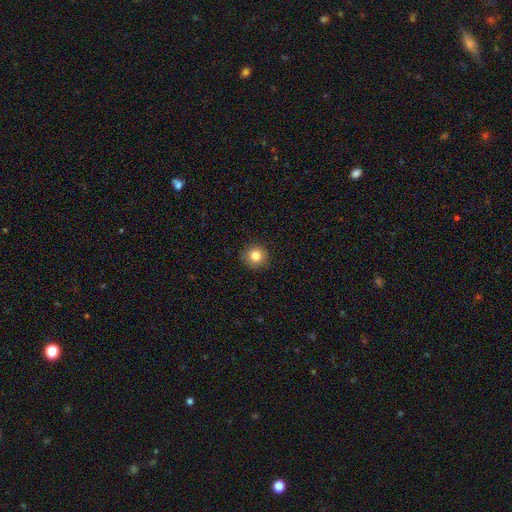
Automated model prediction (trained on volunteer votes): Q: Smooth or featured?
A: smooth (82%); runner-up: star or artifact (11%)
Q: How rounded?
A: round (93%); runner-up: in between (6%)
Q: Merging?
A: none (91%); runner-up: minor disturbance (6%)